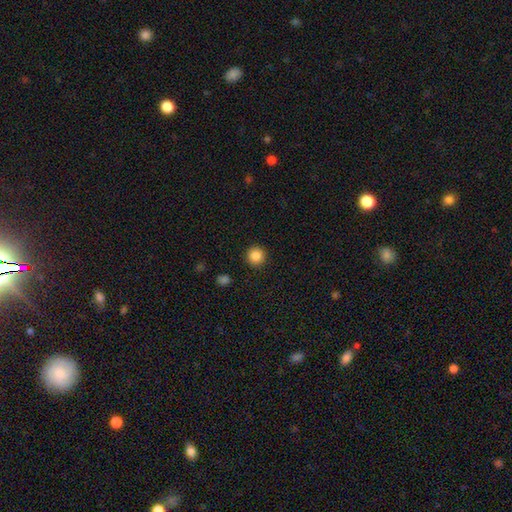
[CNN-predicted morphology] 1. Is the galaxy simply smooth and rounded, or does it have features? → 86% smooth, 10% star or artifact, 4% featured or disk.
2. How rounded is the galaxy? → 96% round, 3% in between, 1% cigar-shaped.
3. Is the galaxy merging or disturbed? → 93% none, 5% minor disturbance, 2% major disturbance, 1% merger.